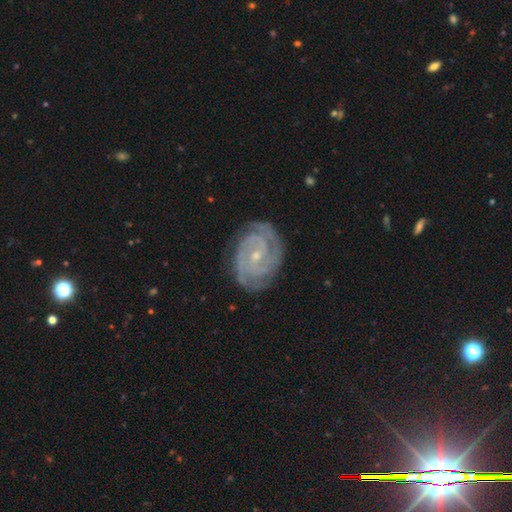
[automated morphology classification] Smooth or featured? Predicted: featured or disk (p=0.89). Edge-on disk? Predicted: no (p=0.97). Bar? Predicted: no (p=0.51). Spiral arms? Predicted: yes (p=0.98). Spiral winding? Predicted: tight (p=0.77). Spiral arm count? Predicted: 2 (p=0.44). Bulge size? Predicted: small (p=0.74). Merging? Predicted: none (p=0.82).